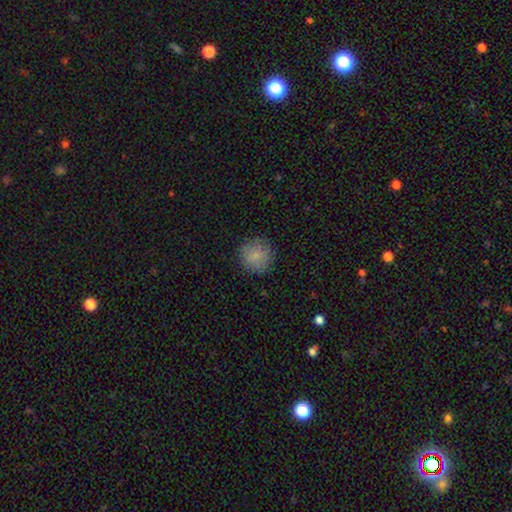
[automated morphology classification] Q: Smooth or featured?
A: smooth (82%); runner-up: featured or disk (9%)
Q: How rounded?
A: round (93%); runner-up: in between (6%)
Q: Merging?
A: none (85%); runner-up: minor disturbance (11%)